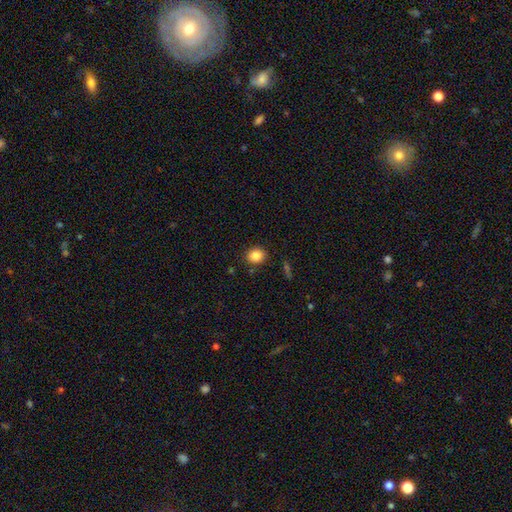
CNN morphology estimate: A smooth galaxy with no disk features (85%) that is round (71%). Merging: none (87%).